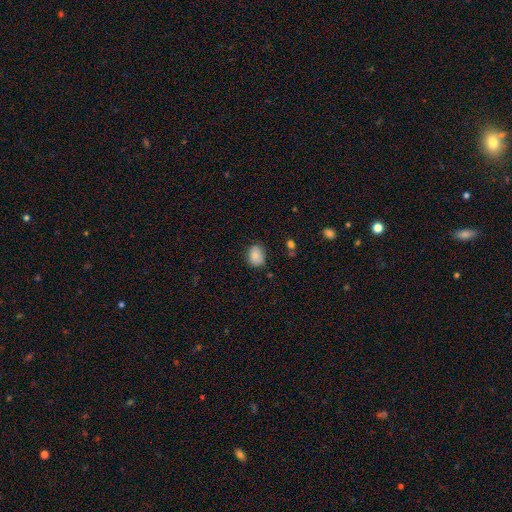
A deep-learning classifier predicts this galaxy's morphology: Smooth or featured: smooth — 82% (featured or disk — 10%)
How rounded: in between — 64% (round — 35%)
Merging: none — 77% (minor disturbance — 18%)